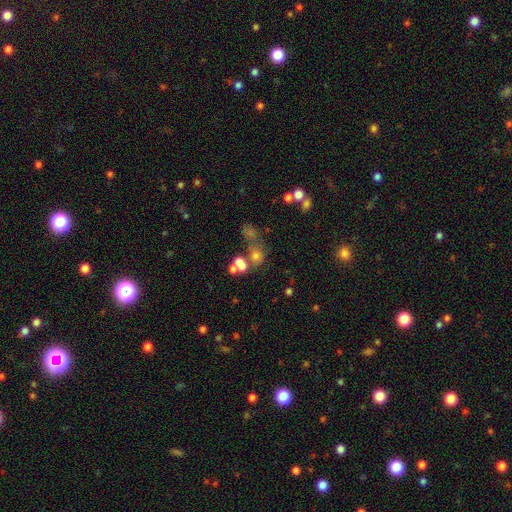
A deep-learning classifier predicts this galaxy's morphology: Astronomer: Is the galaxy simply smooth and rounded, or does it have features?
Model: smooth — 62%.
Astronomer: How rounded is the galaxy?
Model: round — 54% (runner-up: in between, 44%).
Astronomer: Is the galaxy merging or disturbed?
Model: merger — 49% (runner-up: none, 30%).